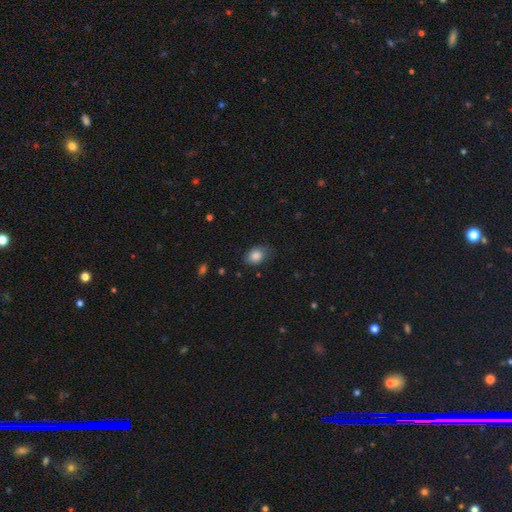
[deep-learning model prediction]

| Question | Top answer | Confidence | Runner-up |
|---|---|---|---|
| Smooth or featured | smooth | 85% | star or artifact (8%) |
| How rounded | in between | 71% | round (28%) |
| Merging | none | 71% | minor disturbance (23%) |